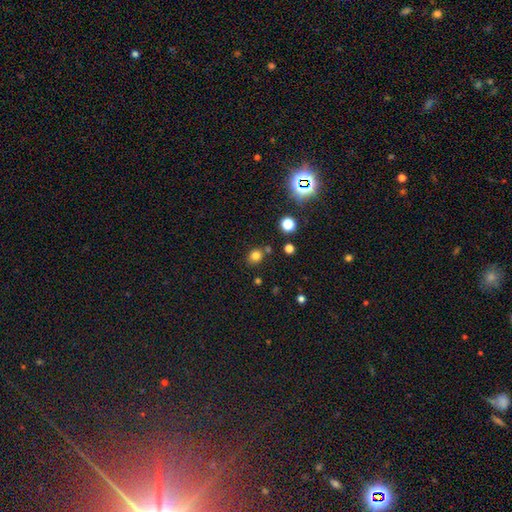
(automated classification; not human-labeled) smooth-or-featured: smooth: 78% | star or artifact: 16% | featured or disk: 6%
  how-rounded: round: 67% | in between: 32% | cigar-shaped: 1%
  merging: none: 76% | minor disturbance: 12% | merger: 9% | major disturbance: 3%